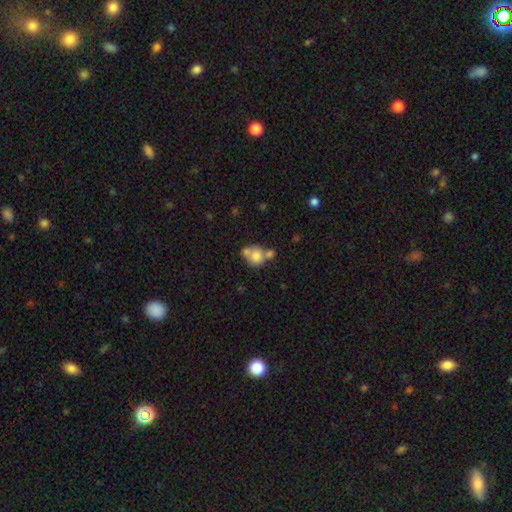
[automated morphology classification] smooth 72%, featured or disk 18%, star or artifact 10%. Down the decision tree: how rounded — round (74%); merging — merger (47%).